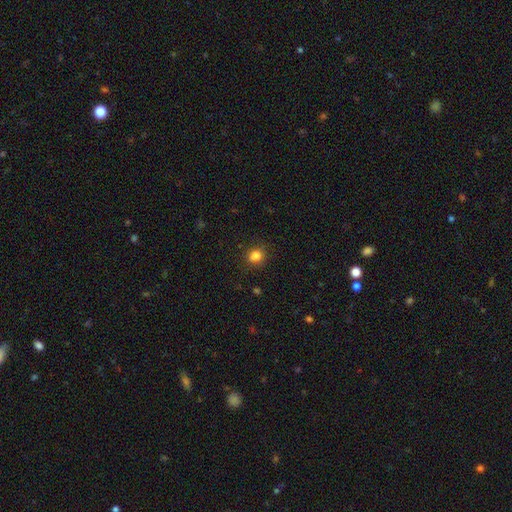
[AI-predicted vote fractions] smooth 84%, star or artifact 12%, featured or disk 5%. Down the decision tree: how rounded — round (75%); merging — none (86%).